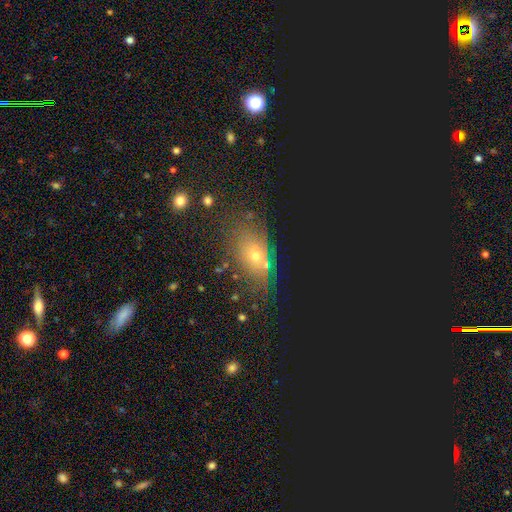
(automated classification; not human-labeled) Overall: smooth (42%; star or artifact 31%). Merging: none (70%).